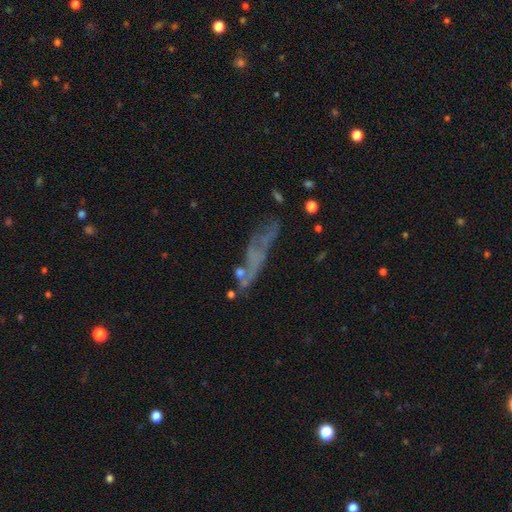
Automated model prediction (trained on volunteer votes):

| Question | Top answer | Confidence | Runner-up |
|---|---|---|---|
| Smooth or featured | featured or disk | 47% | smooth (39%) |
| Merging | none | 43% | major disturbance (23%) |